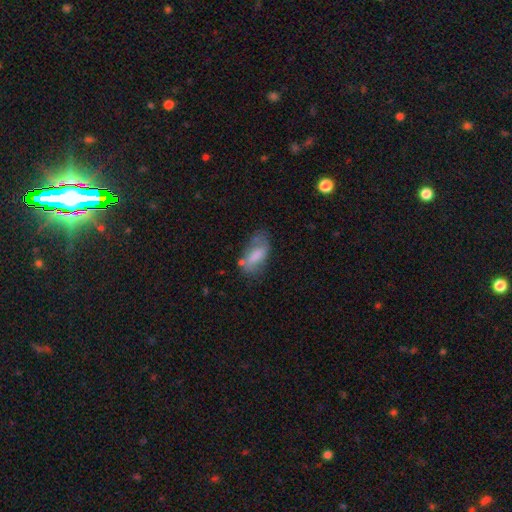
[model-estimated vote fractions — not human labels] This is likely a smooth galaxy (68%). How rounded: clearly in between (86%). Merging: possibly none (47%).